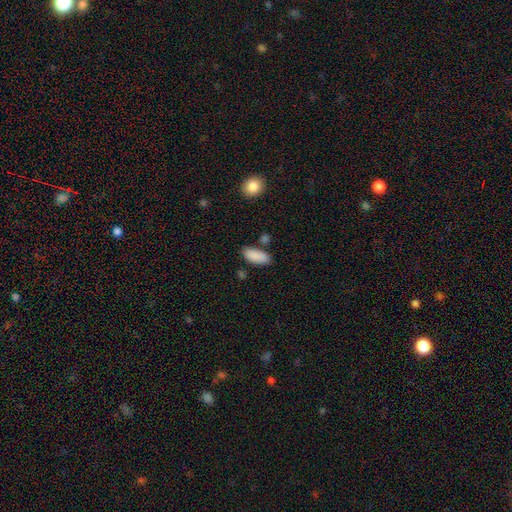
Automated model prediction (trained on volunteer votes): Smooth or featured? Predicted: smooth (p=0.89). How rounded? Predicted: in between (p=0.86). Merging? Predicted: none (p=0.77).